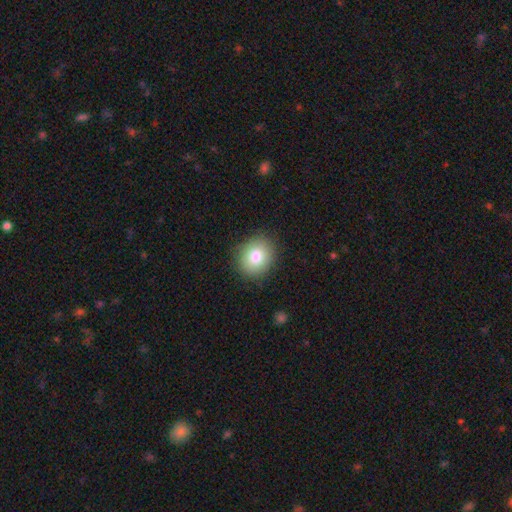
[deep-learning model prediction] Smooth or featured: smooth — 82% (featured or disk — 9%)
How rounded: round — 65% (in between — 34%)
Merging: none — 87% (minor disturbance — 9%)